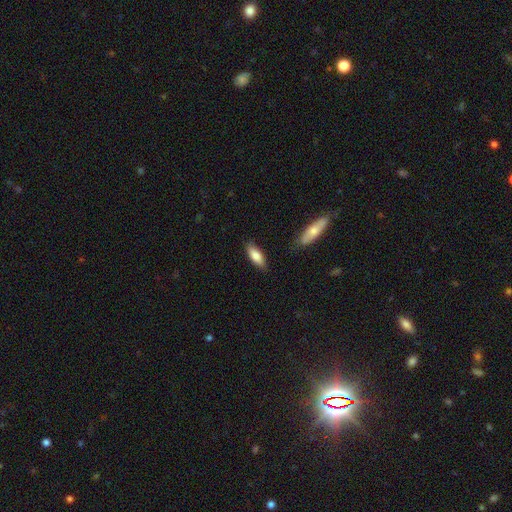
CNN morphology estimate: This is likely a smooth galaxy (79%). How rounded: likely in between (69%). Merging: clearly none (83%).